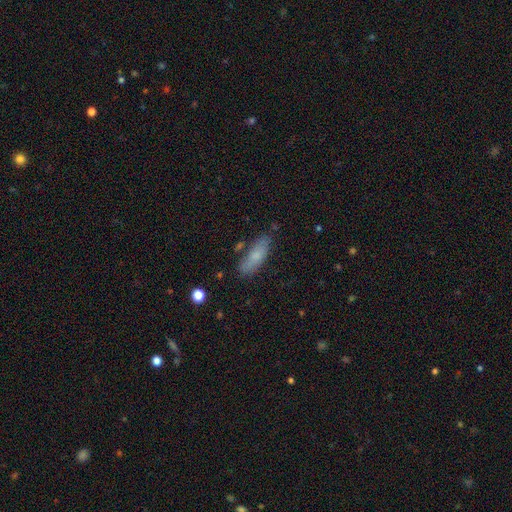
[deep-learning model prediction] Smooth or featured?
  - smooth: 73% *
  - featured or disk: 19%
  - star or artifact: 7%
How rounded?
  - in between: 55% *
  - cigar-shaped: 43%
  - round: 2%
Merging?
  - none: 74% *
  - minor disturbance: 17%
  - merger: 5%
  - major disturbance: 4%